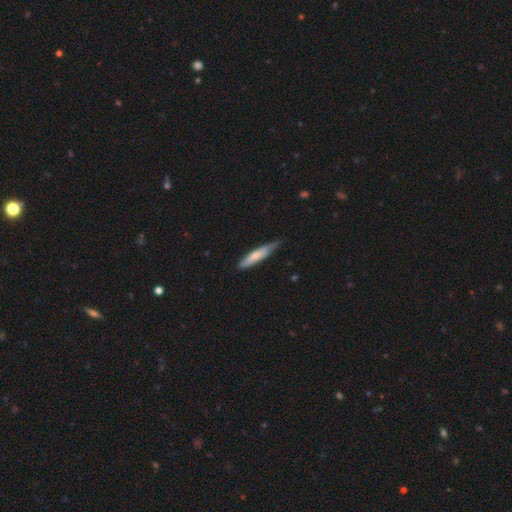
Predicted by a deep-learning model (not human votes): Overall: smooth (66%; featured or disk 29%). How rounded: cigar-shaped (86%). Merging: none (62%; minor disturbance 32%).